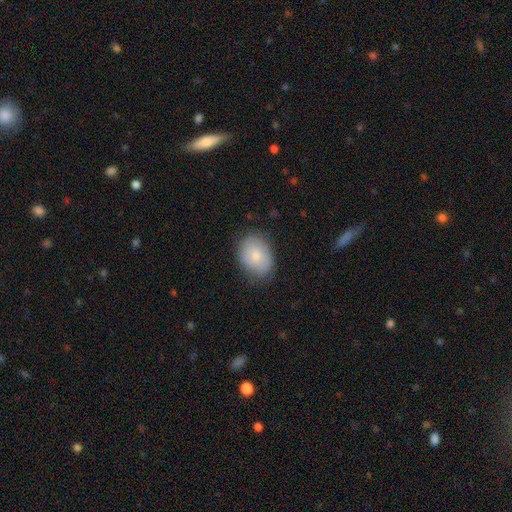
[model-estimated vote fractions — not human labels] Smooth or featured? smooth (77%)
How rounded? in between (71%)
Merging? none (77%)